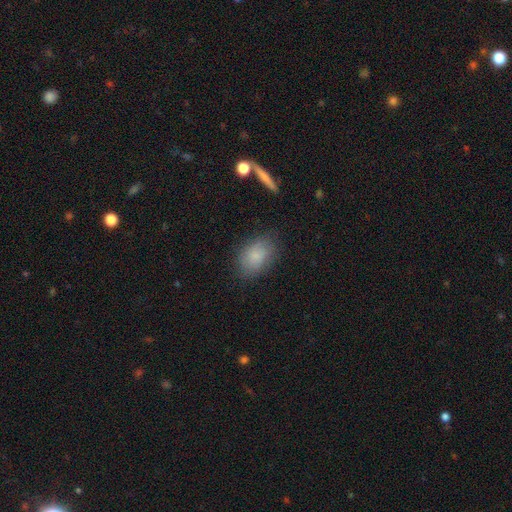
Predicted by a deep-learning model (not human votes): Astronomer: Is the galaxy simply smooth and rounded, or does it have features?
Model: smooth — 79%.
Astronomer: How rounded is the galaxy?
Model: in between — 83%.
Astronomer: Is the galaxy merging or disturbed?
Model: none — 75%.